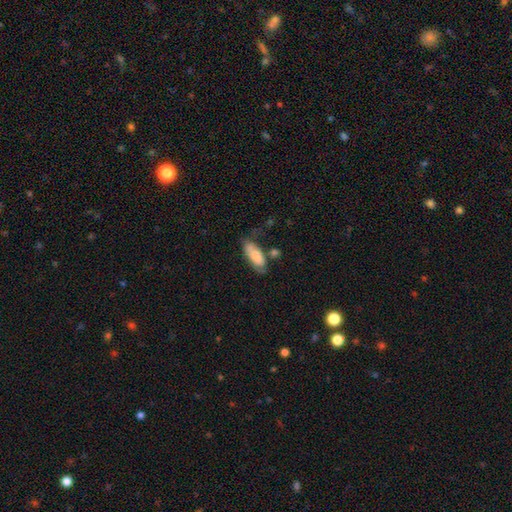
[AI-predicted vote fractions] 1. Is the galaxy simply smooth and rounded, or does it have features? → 77% smooth, 16% featured or disk, 7% star or artifact.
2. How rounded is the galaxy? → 79% in between, 18% cigar-shaped, 2% round.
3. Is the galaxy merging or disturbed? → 46% none, 29% minor disturbance, 13% major disturbance, 12% merger.